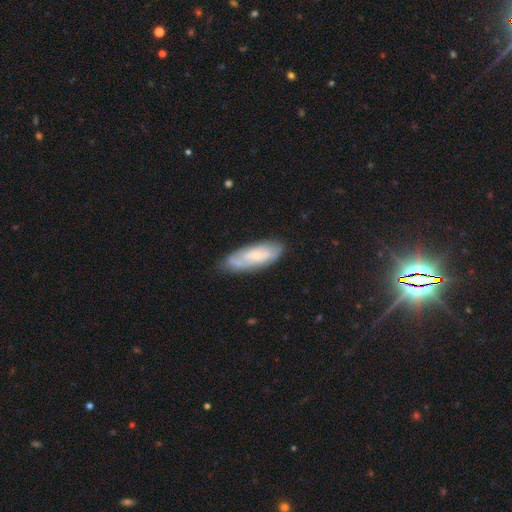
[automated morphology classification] A featured or disk galaxy (53%).

Vote fractions:
- Smooth or featured? featured or disk: 53% / smooth: 40% / star or artifact: 7%
- Edge-on disk? no: 84% / yes: 16%
- Merging? none: 73% / minor disturbance: 19% / major disturbance: 5% / merger: 3%